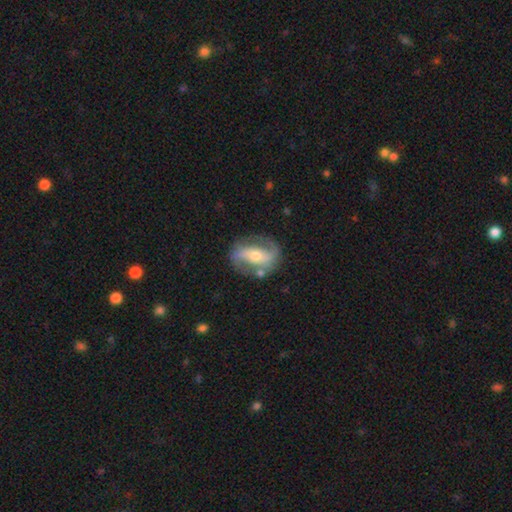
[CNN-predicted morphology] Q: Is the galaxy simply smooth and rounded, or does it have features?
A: featured or disk — 80%.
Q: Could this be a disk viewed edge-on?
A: no — 93%.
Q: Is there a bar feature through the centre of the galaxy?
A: strong — 53%.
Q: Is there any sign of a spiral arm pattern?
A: yes — 86%.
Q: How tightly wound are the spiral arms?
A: medium — 42%.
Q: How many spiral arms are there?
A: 2 — 87%.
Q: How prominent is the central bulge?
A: moderate — 56%.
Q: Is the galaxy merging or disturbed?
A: none — 78%.